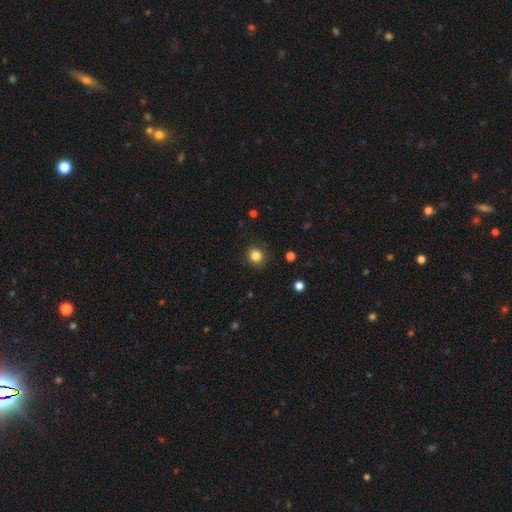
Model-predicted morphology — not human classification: smooth 84%, star or artifact 11%, featured or disk 5%. Down the decision tree: how rounded — round (80%); merging — none (84%).